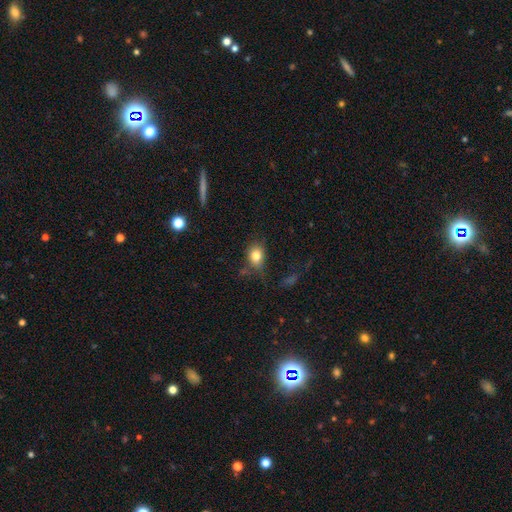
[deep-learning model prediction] This appears to be a smooth galaxy with no disk features (80%) that is in between round and cigar-shaped (50%). Merging: none (63%).